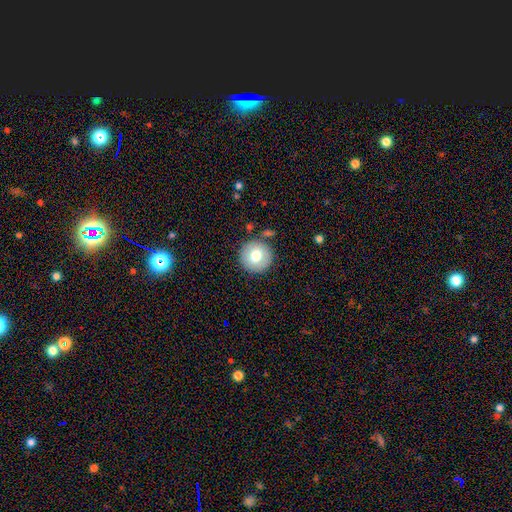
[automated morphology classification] Q: Smooth or featured?
A: smooth (74%); runner-up: featured or disk (18%)
Q: How rounded?
A: round (95%); runner-up: in between (4%)
Q: Merging?
A: none (86%); runner-up: minor disturbance (8%)